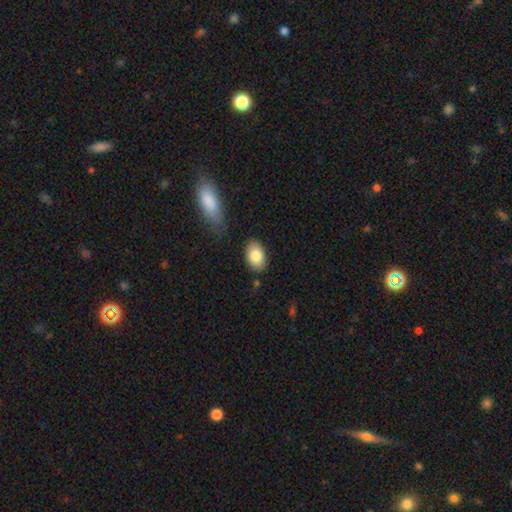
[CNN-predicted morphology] This appears to be a smooth galaxy with no disk features (83%) that is in between round and cigar-shaped (90%). Merging: none (82%).